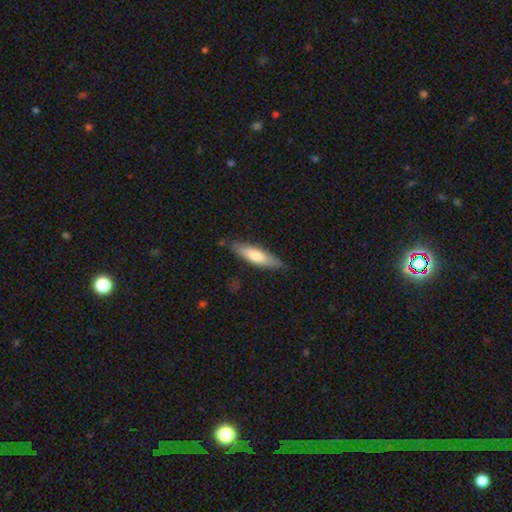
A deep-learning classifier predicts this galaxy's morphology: The model was most divided on "how rounded": cigar-shaped: 69%, in between: 30%, round: 2%. More confident: merging — none (81%); smooth or featured — smooth (67%).